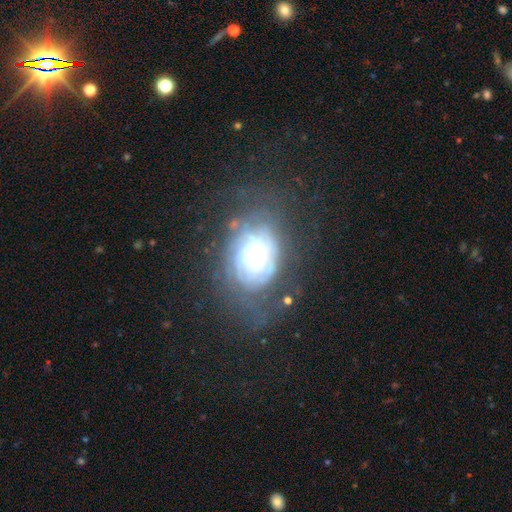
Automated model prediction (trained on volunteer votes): featured or disk 78%, smooth 14%, star or artifact 8%. Down the decision tree: edge-on disk — no (96%); bar — no (77%); spiral arms — yes (84%); spiral arm count — can't tell (54%); spiral winding — tight (67%); bulge size — moderate (63%); merging — none (56%).